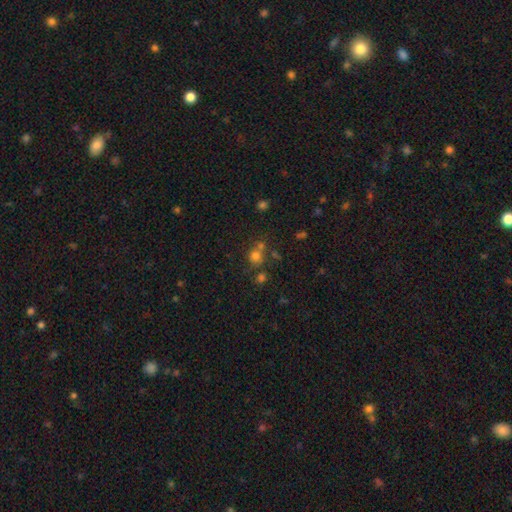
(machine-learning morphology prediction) The model was most divided on "smooth or featured": smooth: 62%, star or artifact: 28%, featured or disk: 10%. More confident: how rounded — round (87%); merging — none (63%).